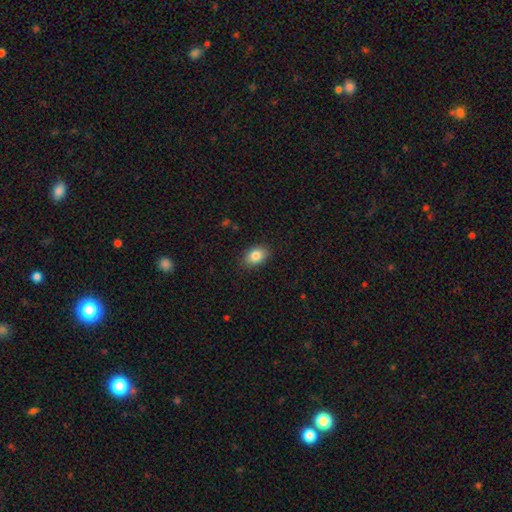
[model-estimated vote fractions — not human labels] This appears to be a smooth galaxy with no disk features (85%) that is in between round and cigar-shaped (81%). Merging: none (87%).